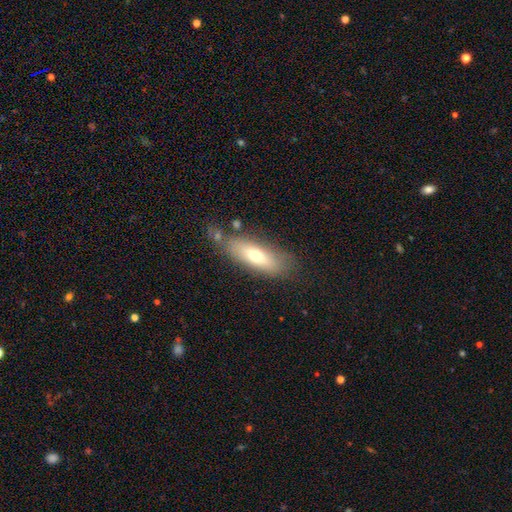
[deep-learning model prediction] Overall: smooth (63%; featured or disk 29%). How rounded: in between (60%; cigar-shaped 37%). Merging: none (70%).